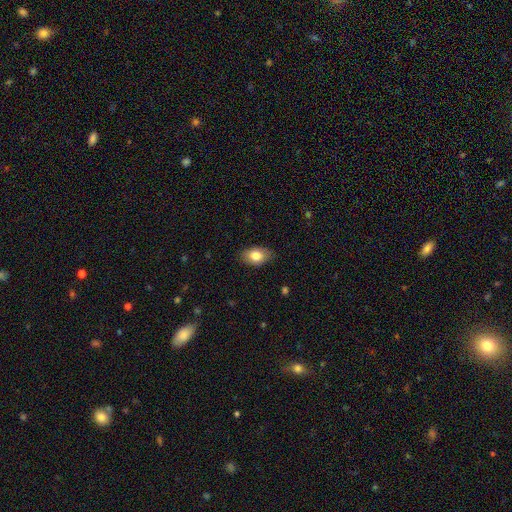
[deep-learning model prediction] Smooth or featured: smooth — 81% (featured or disk — 12%)
How rounded: in between — 87% (round — 12%)
Merging: none — 82% (minor disturbance — 14%)